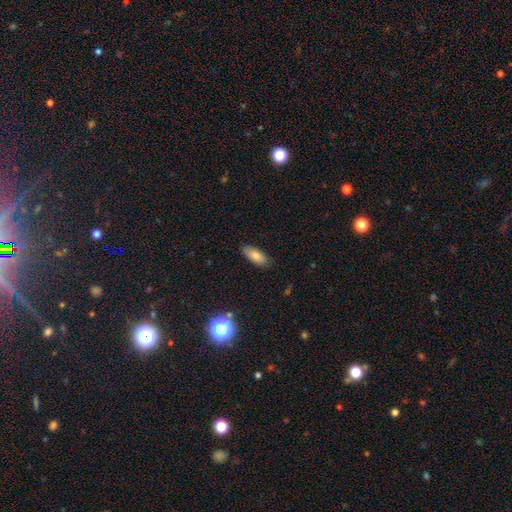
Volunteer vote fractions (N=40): Smooth or featured?
  - smooth: 72% *
  - featured or disk: 22%
  - star or artifact: 5%
How rounded?
  - in between: 86% *
  - cigar-shaped: 10%
  - round: 3%
Merging?
  - none: 79% *
  - minor disturbance: 21%
  - major disturbance: 0%
  - merger: 0%